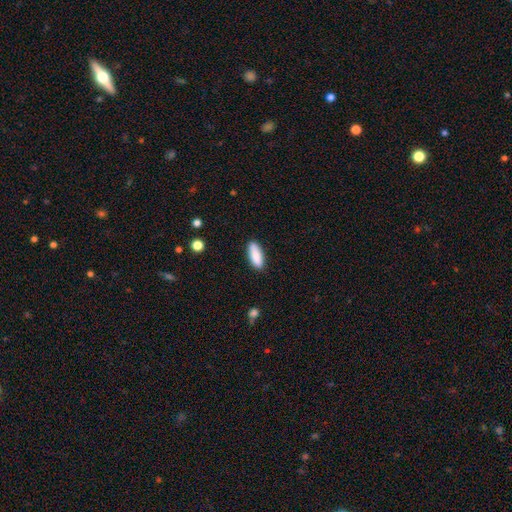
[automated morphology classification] Smooth or featured? smooth (88%)
How rounded? in between (69%)
Merging? none (86%)